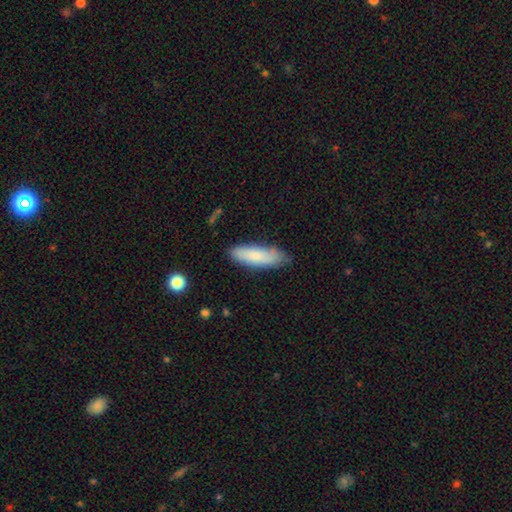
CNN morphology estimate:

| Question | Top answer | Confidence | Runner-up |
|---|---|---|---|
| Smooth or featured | smooth | 78% | featured or disk (16%) |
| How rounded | cigar-shaped | 53% | in between (45%) |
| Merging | none | 77% | minor disturbance (18%) |